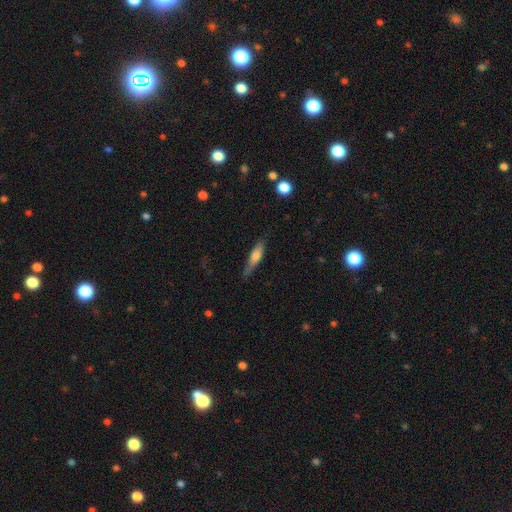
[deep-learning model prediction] A smooth galaxy with no disk features (62%) that is cigar-shaped (73%).

Vote fractions:
- Smooth or featured? smooth: 62% / featured or disk: 32% / star or artifact: 6%
- How rounded? cigar-shaped: 73% / in between: 25% / round: 2%
- Merging? none: 70% / minor disturbance: 23% / major disturbance: 5% / merger: 2%